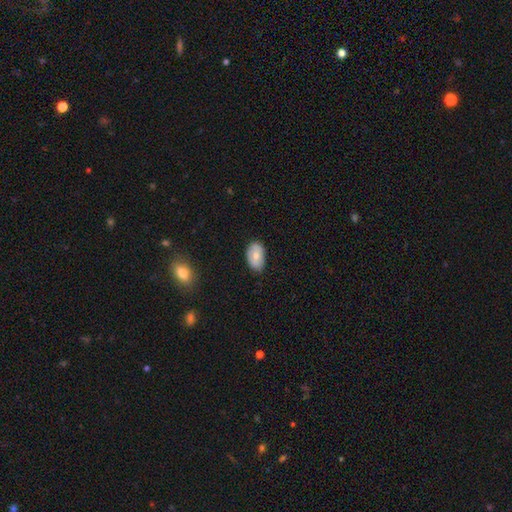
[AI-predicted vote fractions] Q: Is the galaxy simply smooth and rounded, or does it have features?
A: smooth — 72%.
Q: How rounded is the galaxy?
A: in between — 92%.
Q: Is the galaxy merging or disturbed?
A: none — 76%.